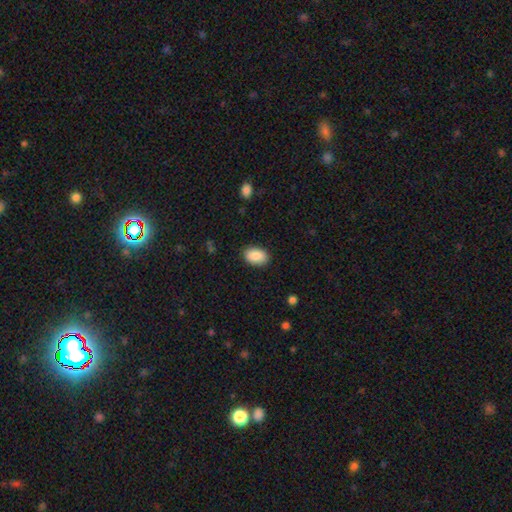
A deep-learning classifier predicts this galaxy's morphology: smooth 89%, star or artifact 7%, featured or disk 5%. Down the decision tree: how rounded — in between (89%); merging — none (87%).